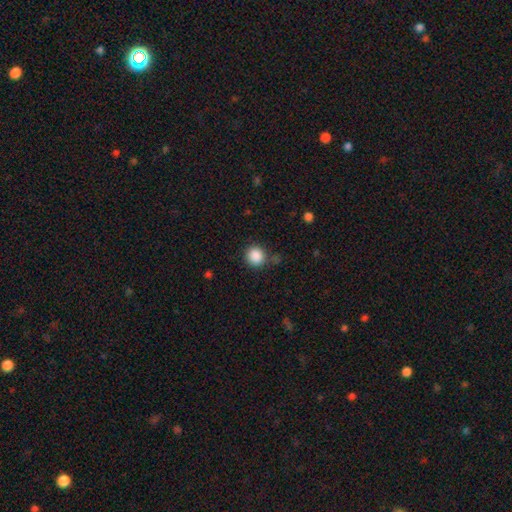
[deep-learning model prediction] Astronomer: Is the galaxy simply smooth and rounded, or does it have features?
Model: smooth — 87%.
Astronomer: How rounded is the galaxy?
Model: round — 91%.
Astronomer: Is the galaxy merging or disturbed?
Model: none — 79%.